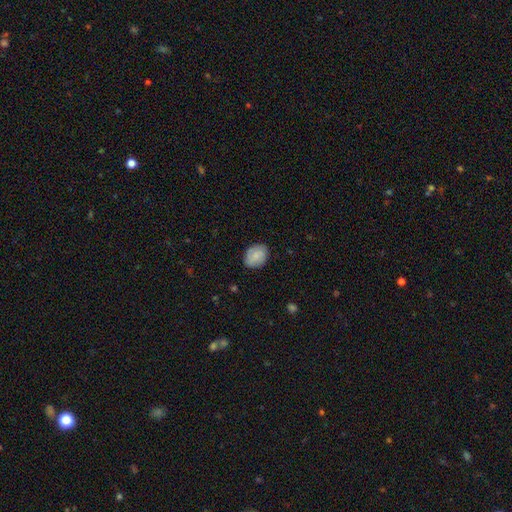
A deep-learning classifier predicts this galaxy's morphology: smooth-or-featured: smooth: 72% | featured or disk: 21% | star or artifact: 7%
  how-rounded: in between: 60% | round: 39% | cigar-shaped: 1%
  merging: none: 82% | minor disturbance: 14% | major disturbance: 3% | merger: 1%